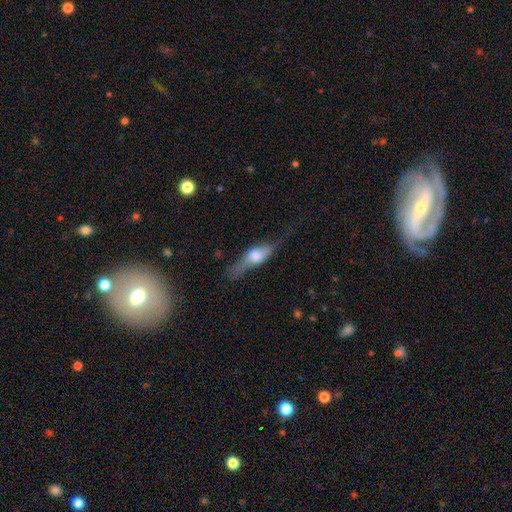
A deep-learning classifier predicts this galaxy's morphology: This is possibly a featured or disk galaxy (48%). Merging: marginally none (45%).